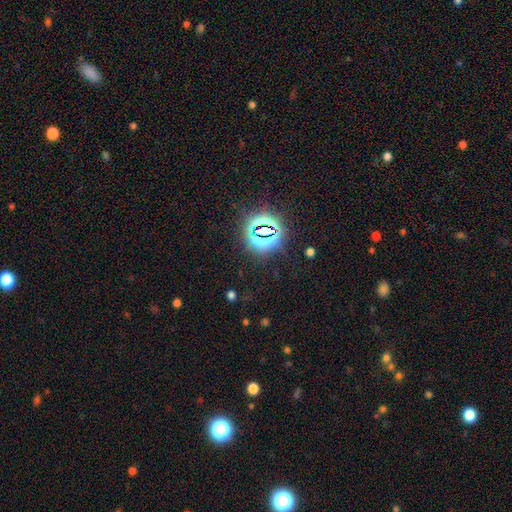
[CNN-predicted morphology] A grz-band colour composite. It shows a star or artifact, not a galaxy (80%).